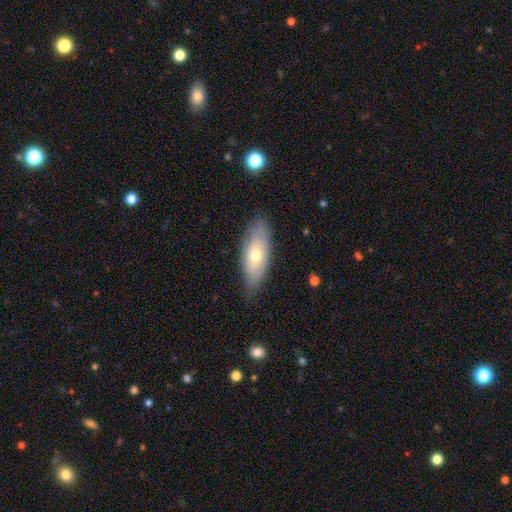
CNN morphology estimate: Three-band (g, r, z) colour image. It shows a smooth galaxy with no disk features (53%) that is in between round and cigar-shaped (77%). Merging: none (78%).